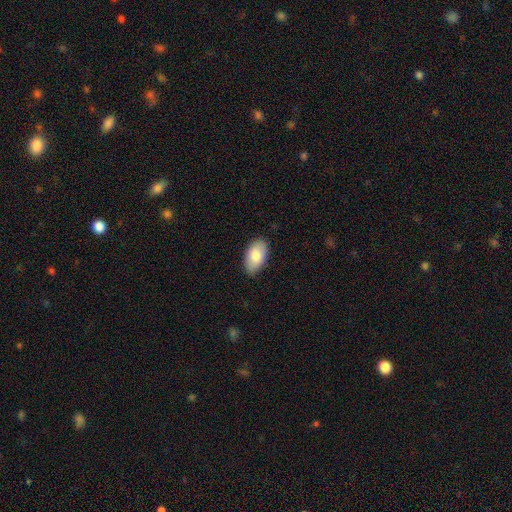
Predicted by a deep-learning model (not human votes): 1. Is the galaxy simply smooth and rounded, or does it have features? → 80% smooth, 14% featured or disk, 6% star or artifact.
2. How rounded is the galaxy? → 94% in between, 4% round, 1% cigar-shaped.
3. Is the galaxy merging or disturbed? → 83% none, 13% minor disturbance, 2% major disturbance, 1% merger.